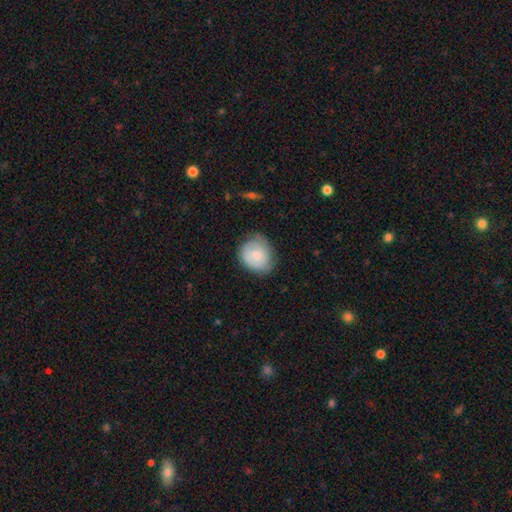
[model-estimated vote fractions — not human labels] This appears to be a smooth galaxy with no disk features (70%) that is round (69%). Merging: none (61%).